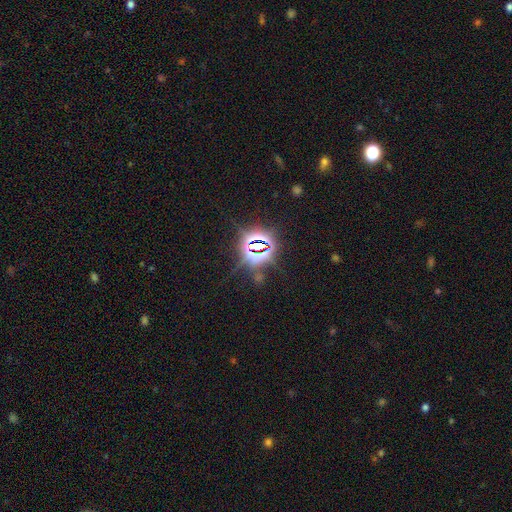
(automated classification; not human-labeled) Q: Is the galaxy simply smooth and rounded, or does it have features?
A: star or artifact — 81%.